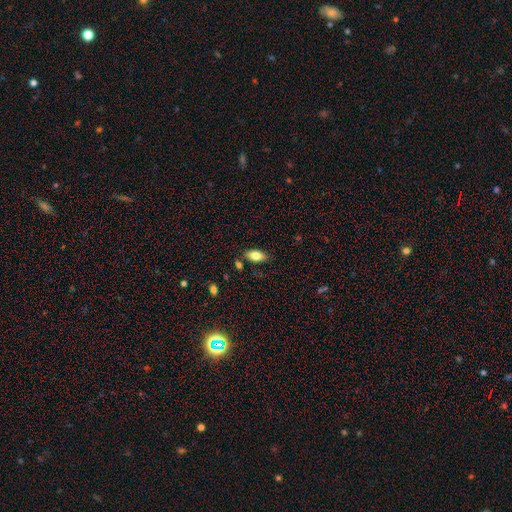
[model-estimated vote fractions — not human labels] A smooth galaxy with no disk features (80%) that is in between round and cigar-shaped (90%). Merging: none (82%).